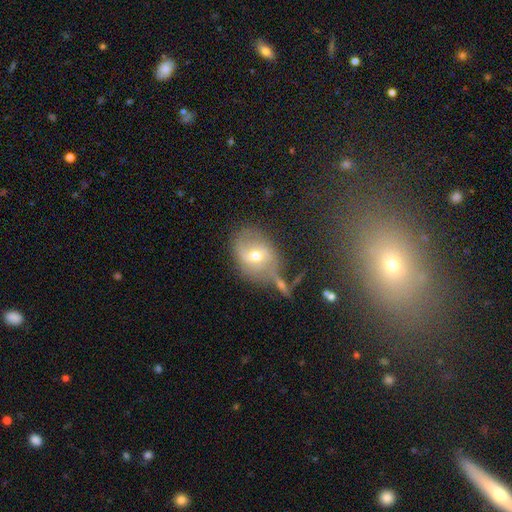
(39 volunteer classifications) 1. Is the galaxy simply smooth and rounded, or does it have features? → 56% featured or disk, 44% smooth, 0% star or artifact.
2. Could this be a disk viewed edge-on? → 100% no, 0% yes.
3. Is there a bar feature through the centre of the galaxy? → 68% weak, 27% no, 5% strong.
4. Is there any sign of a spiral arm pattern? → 68% yes, 32% no.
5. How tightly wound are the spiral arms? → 47% medium, 40% loose, 13% tight.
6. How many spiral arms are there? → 80% 2, 13% can't tell, 7% 4, 0% 1, 0% 3, 0% more than 4.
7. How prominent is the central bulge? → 77% moderate, 18% small, 5% large, 0% dominant, 0% none.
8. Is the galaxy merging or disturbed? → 74% none, 18% minor disturbance, 8% merger, 0% major disturbance.